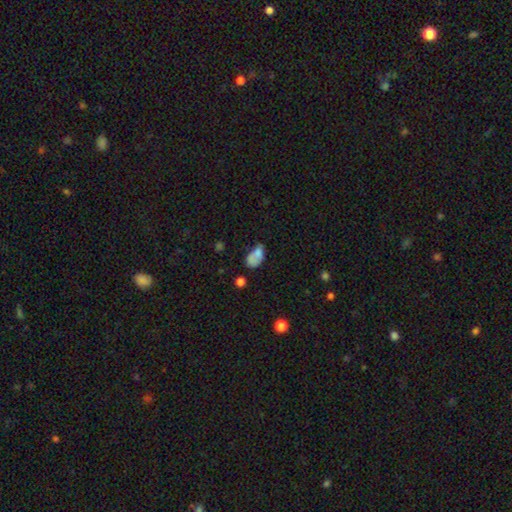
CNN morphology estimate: Q: Smooth or featured?
A: smooth (69%); runner-up: featured or disk (20%)
Q: How rounded?
A: in between (86%); runner-up: round (11%)
Q: Merging?
A: none (27%); runner-up: minor disturbance (26%)